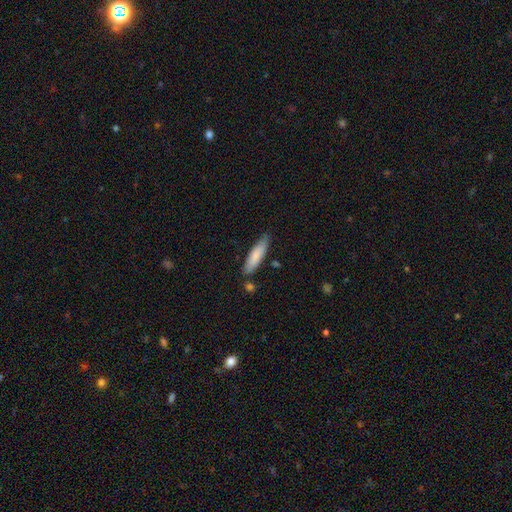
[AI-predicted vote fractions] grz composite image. It shows a smooth galaxy with no disk features (81%) that is cigar-shaped (68%). Merging: none (74%).